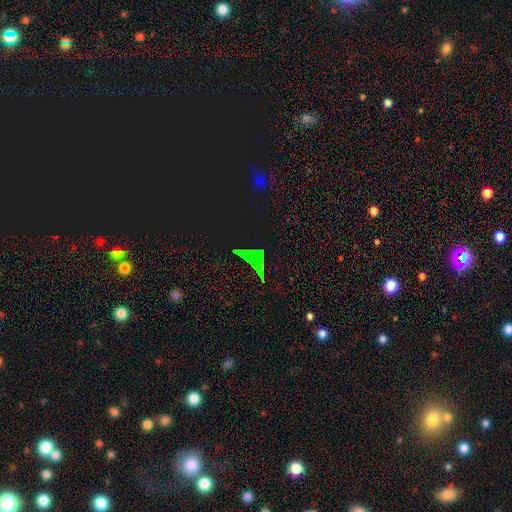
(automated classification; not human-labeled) smooth_or_featured: star or artifact (p=0.73) [alt: smooth p=0.17]